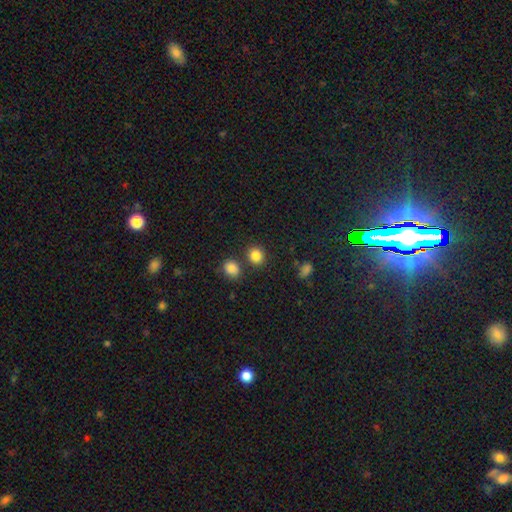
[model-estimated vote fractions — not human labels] Smooth or featured? Predicted: smooth (p=0.85). How rounded? Predicted: round (p=0.77). Merging? Predicted: none (p=0.78).